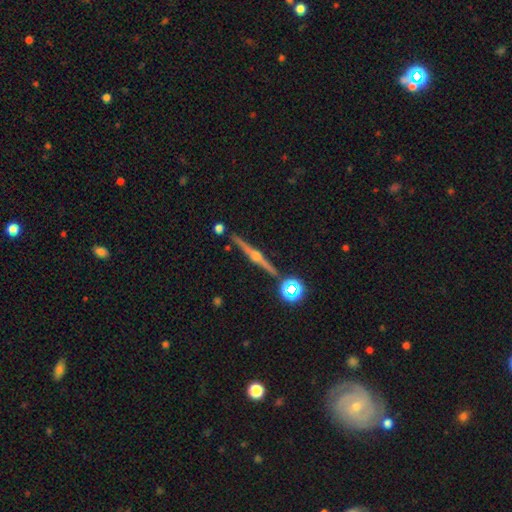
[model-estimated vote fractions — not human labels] The model was most divided on "smooth or featured": featured or disk: 85%, smooth: 8%, star or artifact: 7%. More confident: edge-on disk — yes (98%); edge-on bulge — rounded (94%); merging — none (90%).